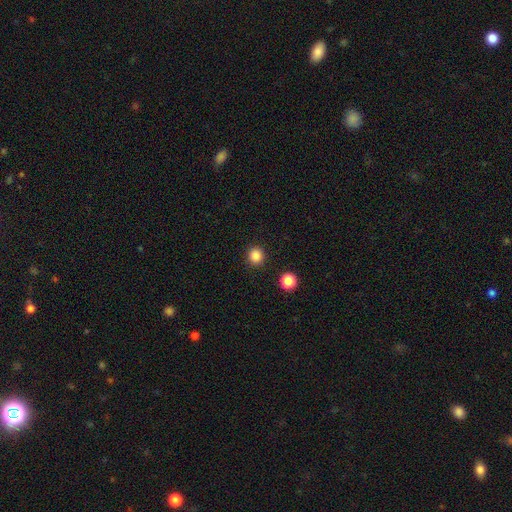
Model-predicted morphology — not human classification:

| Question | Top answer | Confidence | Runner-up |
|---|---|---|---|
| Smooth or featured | smooth | 86% | star or artifact (12%) |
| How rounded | round | 90% | in between (9%) |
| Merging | none | 90% | minor disturbance (6%) |